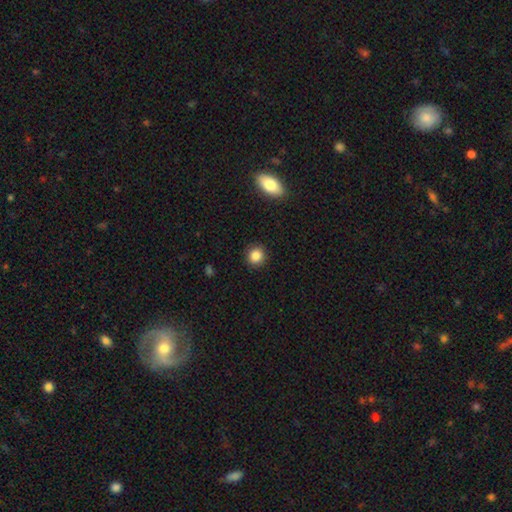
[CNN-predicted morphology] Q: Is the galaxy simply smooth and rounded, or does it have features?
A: smooth — 85%.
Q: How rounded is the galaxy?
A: round — 90%.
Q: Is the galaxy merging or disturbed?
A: none — 92%.